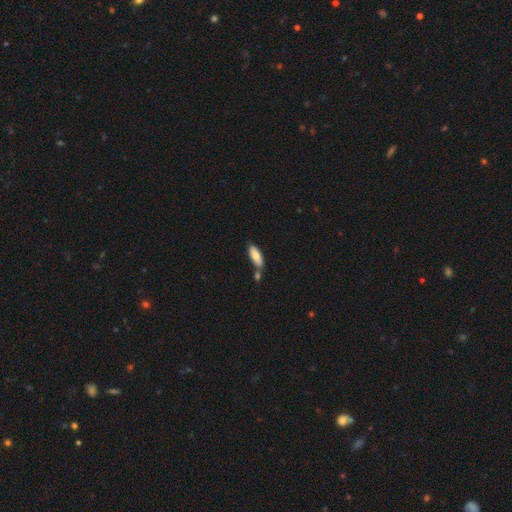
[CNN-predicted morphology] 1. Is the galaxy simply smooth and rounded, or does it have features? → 79% smooth, 14% featured or disk, 6% star or artifact.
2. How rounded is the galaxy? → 69% in between, 29% cigar-shaped, 2% round.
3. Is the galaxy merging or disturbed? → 67% none, 17% merger, 13% minor disturbance, 3% major disturbance.